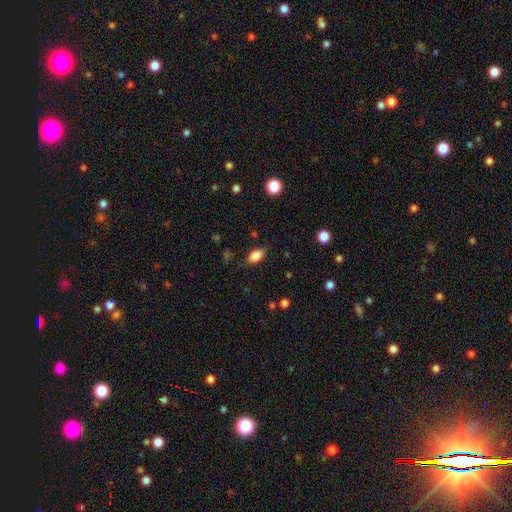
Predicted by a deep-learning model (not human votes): Smooth or featured? Predicted: smooth (p=0.84). How rounded? Predicted: in between (p=0.88). Merging? Predicted: none (p=0.78).